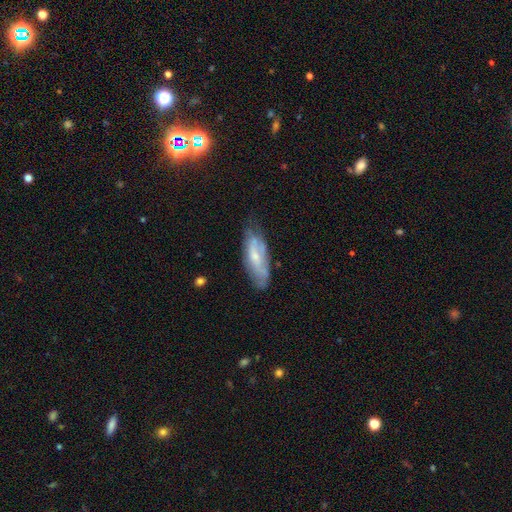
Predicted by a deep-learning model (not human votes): Overall: featured or disk (50%; smooth 43%). Merging: none (56%; minor disturbance 31%).